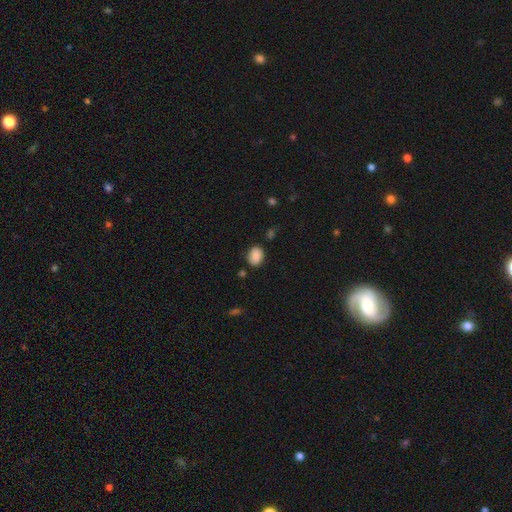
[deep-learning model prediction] A smooth galaxy with no disk features (87%) that is in between round and cigar-shaped (64%).

Vote fractions:
- Smooth or featured? smooth: 87% / star or artifact: 8% / featured or disk: 5%
- How rounded? in between: 64% / round: 35% / cigar-shaped: 1%
- Merging? none: 77% / minor disturbance: 17% / major disturbance: 4% / merger: 3%